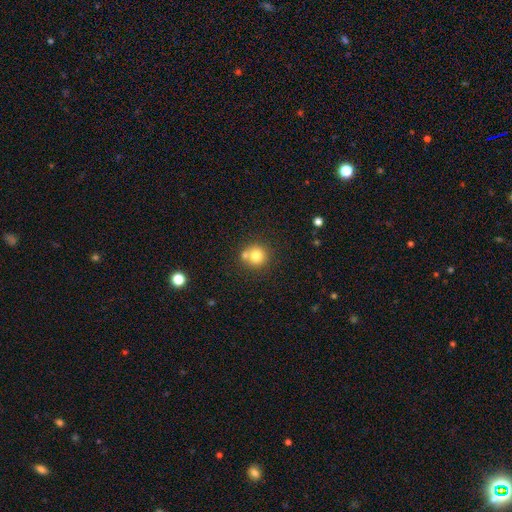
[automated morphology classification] Q: Smooth or featured?
A: smooth (76%); runner-up: featured or disk (12%)
Q: How rounded?
A: round (92%); runner-up: in between (8%)
Q: Merging?
A: none (60%); runner-up: merger (28%)